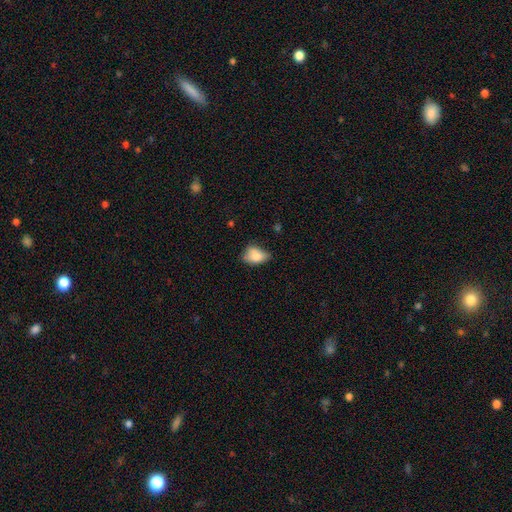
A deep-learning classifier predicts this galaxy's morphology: Smooth or featured?
  - smooth: 79% *
  - featured or disk: 12%
  - star or artifact: 9%
How rounded?
  - in between: 81% *
  - round: 17%
  - cigar-shaped: 2%
Merging?
  - none: 45% *
  - minor disturbance: 40%
  - major disturbance: 11%
  - merger: 4%